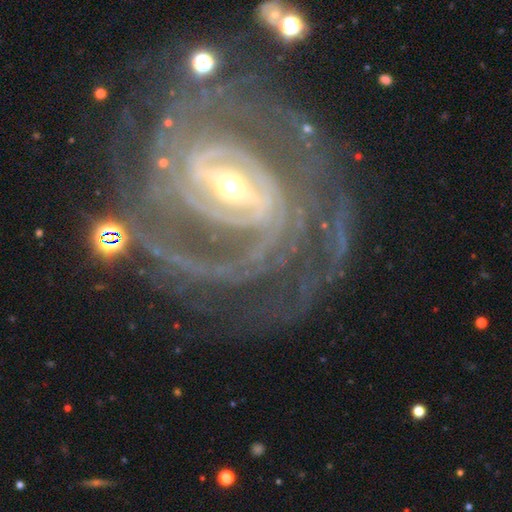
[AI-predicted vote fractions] The model was most divided on "bulge size": small: 49%, moderate: 44%, large: 5%, dominant: 1%, none: 1%. Remaining: edge-on disk — no (96%); spiral arms — yes (96%); smooth or featured — featured or disk (90%); bar — strong (69%); merging — none (62%); spiral winding — tight (51%); spiral arm count — 2 (33%).